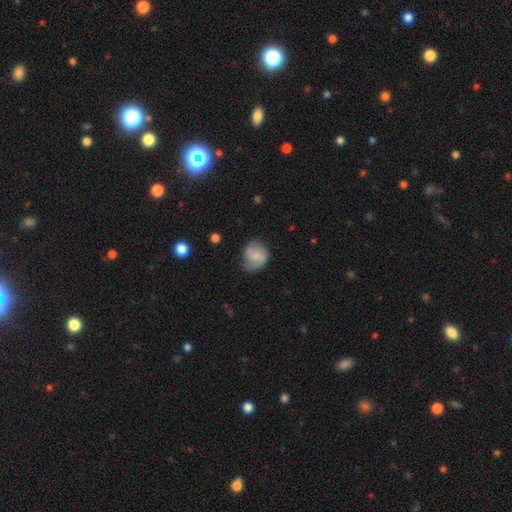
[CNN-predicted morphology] Smooth or featured: smooth — 50% (featured or disk — 42%)
How rounded: round — 75% (in between — 24%)
Merging: none — 62% (minor disturbance — 27%)